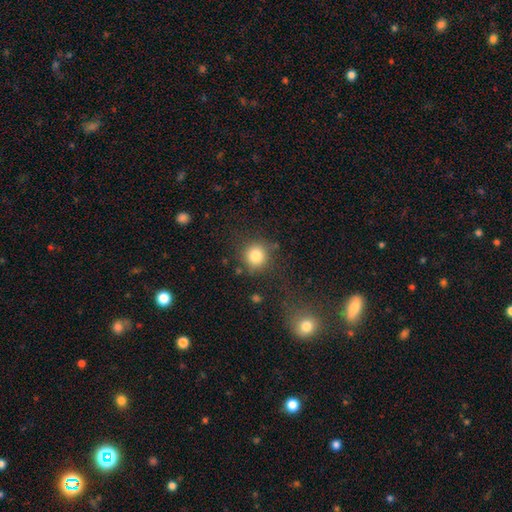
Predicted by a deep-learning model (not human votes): Smooth or featured? Predicted: smooth (p=0.83). How rounded? Predicted: round (p=0.91). Merging? Predicted: none (p=0.79).